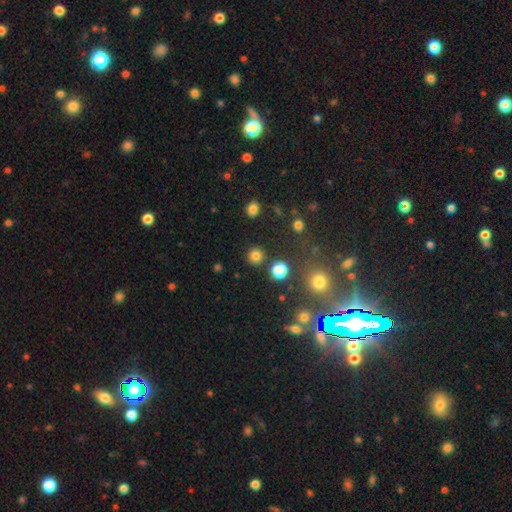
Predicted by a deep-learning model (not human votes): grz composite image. It shows a smooth galaxy with no disk features (80%) that is round (94%). Merging: none (88%).